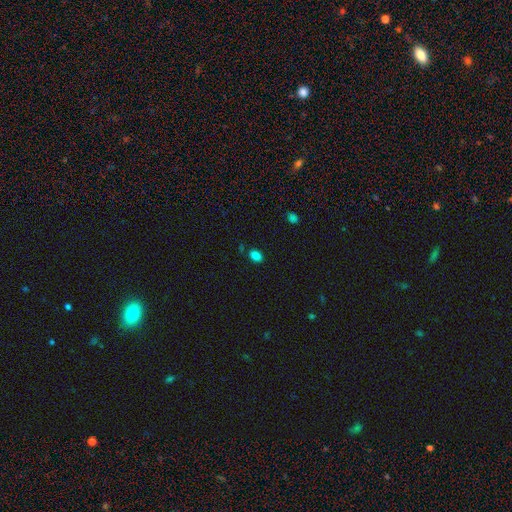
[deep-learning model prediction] Q: Smooth or featured?
A: smooth (82%); runner-up: star or artifact (13%)
Q: How rounded?
A: in between (78%); runner-up: round (21%)
Q: Merging?
A: none (81%); runner-up: minor disturbance (11%)